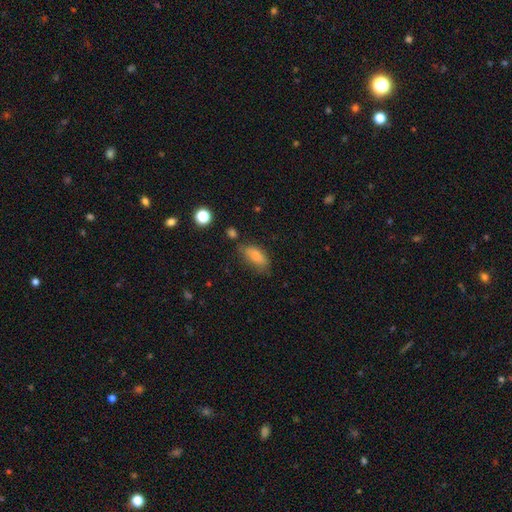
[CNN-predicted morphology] smooth-or-featured: smooth: 82% | star or artifact: 10% | featured or disk: 8%
  how-rounded: in between: 86% | cigar-shaped: 10% | round: 4%
  merging: none: 54% | minor disturbance: 30% | major disturbance: 11% | merger: 5%